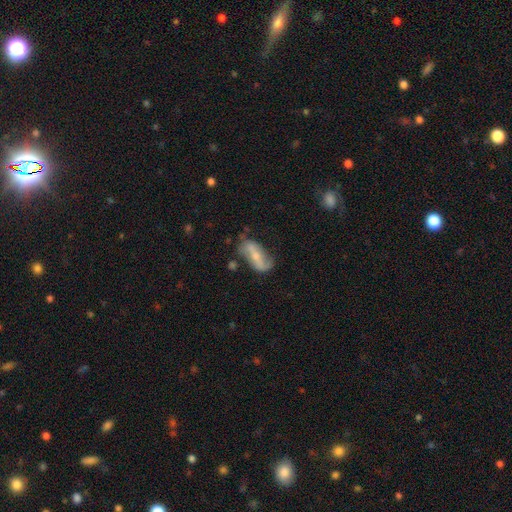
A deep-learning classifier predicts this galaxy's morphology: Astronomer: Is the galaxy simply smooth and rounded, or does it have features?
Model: featured or disk — 62%.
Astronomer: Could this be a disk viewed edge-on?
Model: no — 89%.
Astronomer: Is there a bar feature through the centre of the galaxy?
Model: strong — 44% (runner-up: weak, 30%).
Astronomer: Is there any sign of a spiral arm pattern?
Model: yes — 78%.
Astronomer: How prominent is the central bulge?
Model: small — 53% (runner-up: moderate, 33%).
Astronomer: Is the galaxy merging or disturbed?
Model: none — 56%.